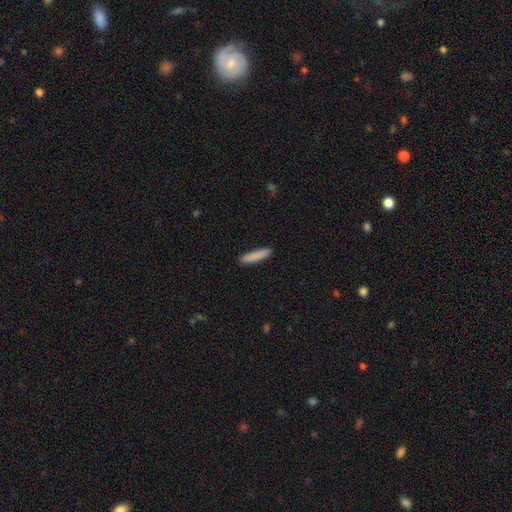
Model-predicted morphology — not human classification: Smooth or featured?
  - smooth: 87% *
  - featured or disk: 7%
  - star or artifact: 6%
How rounded?
  - cigar-shaped: 88% *
  - in between: 11%
  - round: 1%
Merging?
  - none: 90% *
  - minor disturbance: 7%
  - major disturbance: 2%
  - merger: 1%